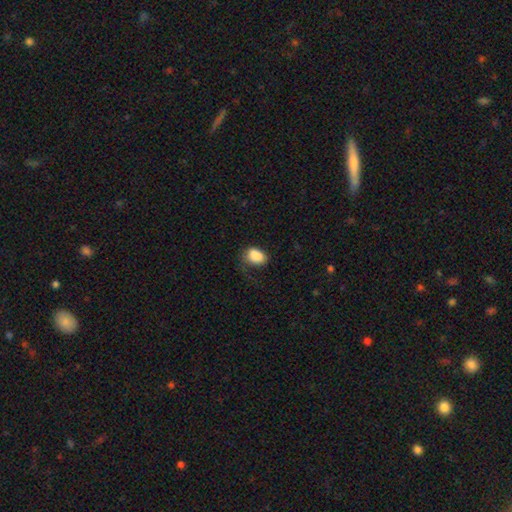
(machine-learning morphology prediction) smooth-or-featured: smooth: 86% | star or artifact: 8% | featured or disk: 6%
  how-rounded: in between: 77% | round: 22% | cigar-shaped: 1%
  merging: none: 51% | minor disturbance: 31% | major disturbance: 16% | merger: 3%